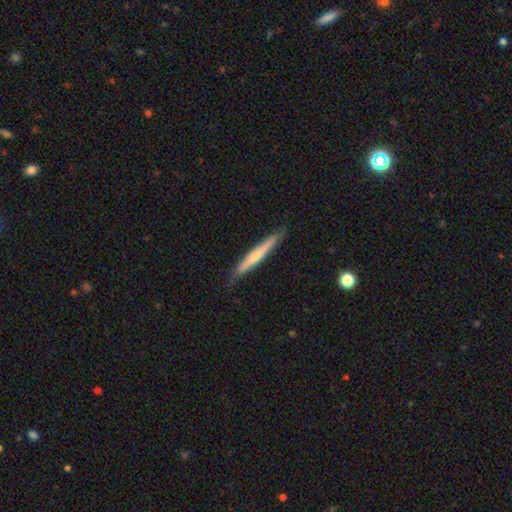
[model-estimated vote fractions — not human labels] smooth_or_featured: smooth (p=0.52) [alt: featured or disk p=0.43]
how_rounded: cigar-shaped (p=0.96) [alt: in between p=0.03]
merging: none (p=0.82) [alt: minor disturbance p=0.15]